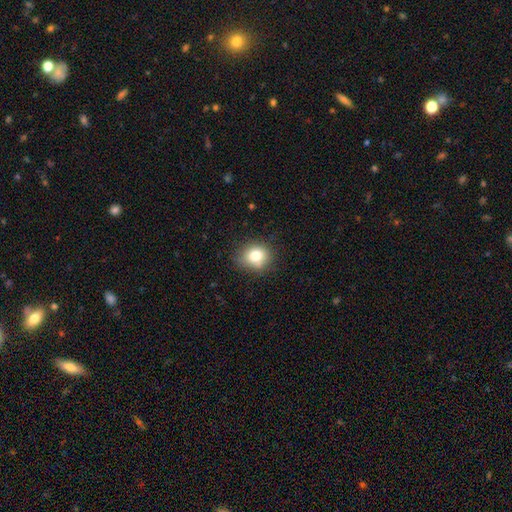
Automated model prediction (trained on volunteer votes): Smooth or featured? smooth (79%)
How rounded? round (72%)
Merging? none (77%)